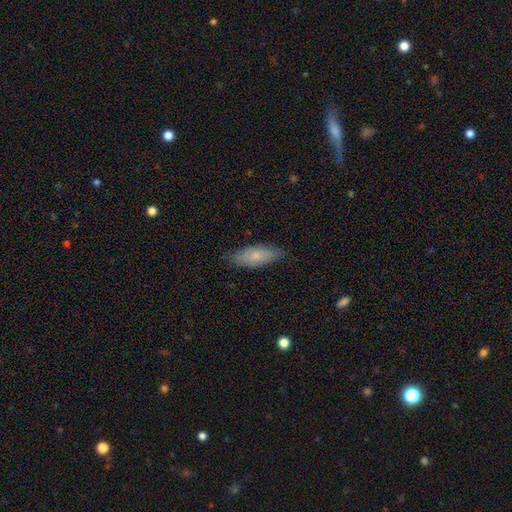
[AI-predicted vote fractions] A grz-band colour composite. It shows a smooth galaxy with no disk features (72%) that is in between round and cigar-shaped (69%). Merging: none (79%).